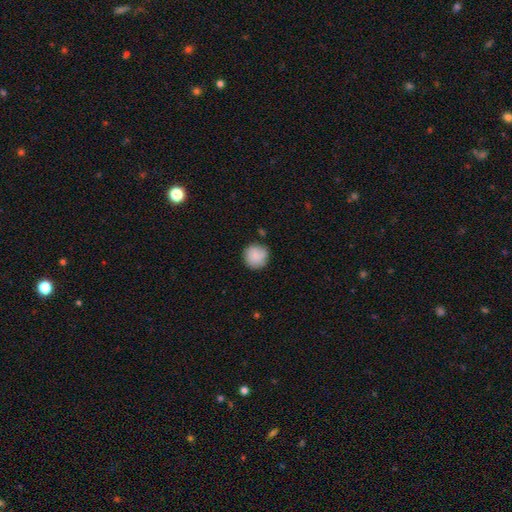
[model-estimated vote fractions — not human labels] A smooth galaxy with no disk features (85%) that is round (94%). Merging: none (83%).